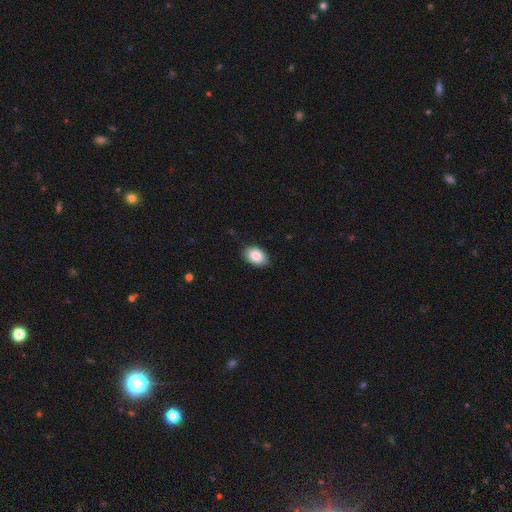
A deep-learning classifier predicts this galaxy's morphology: type=smooth (86%); roundness=in between (87%); merging=none (87%).